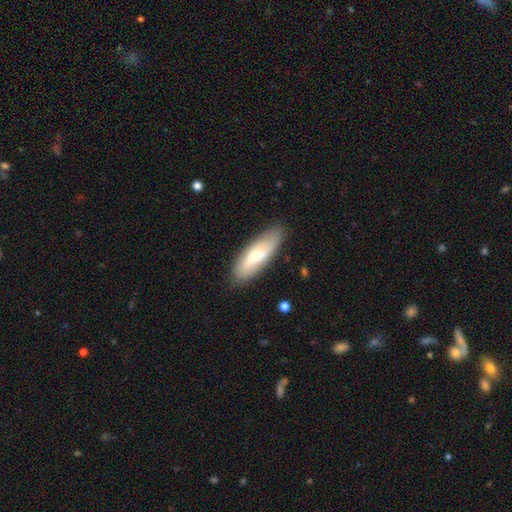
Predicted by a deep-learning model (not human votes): Morphology: type=smooth (57%); roundness=in between (54%); merging=none (83%).